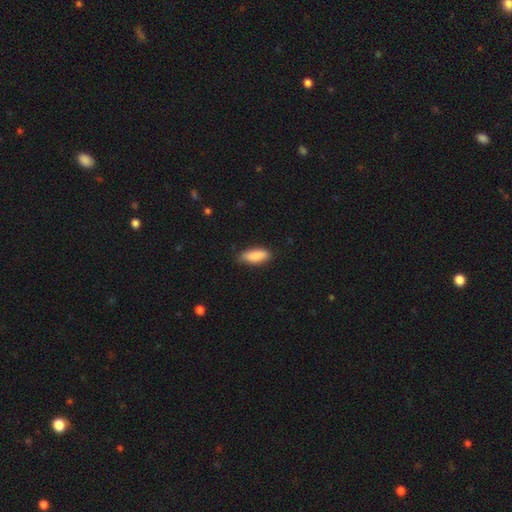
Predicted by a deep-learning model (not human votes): Overall: smooth (88%). How rounded: in between (77%). Merging: none (79%).